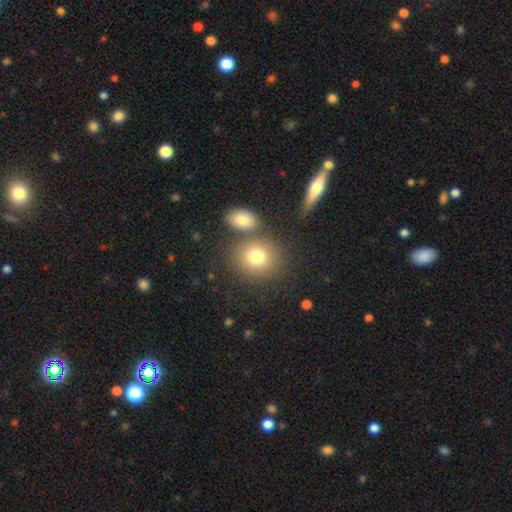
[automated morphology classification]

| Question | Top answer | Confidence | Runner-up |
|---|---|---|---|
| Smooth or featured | smooth | 78% | star or artifact (11%) |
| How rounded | round | 75% | in between (24%) |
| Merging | none | 68% | merger (18%) |